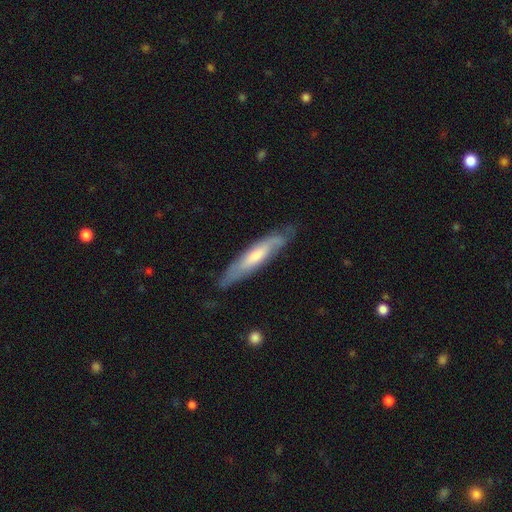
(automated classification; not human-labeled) smooth-or-featured: featured or disk: 48% | smooth: 47% | star or artifact: 6%
  merging: none: 72% | minor disturbance: 21% | major disturbance: 5% | merger: 2%